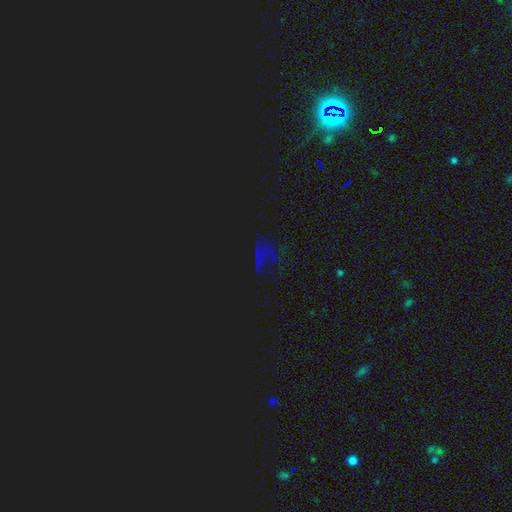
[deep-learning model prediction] This appears to be a star or artifact, not a galaxy (77%).